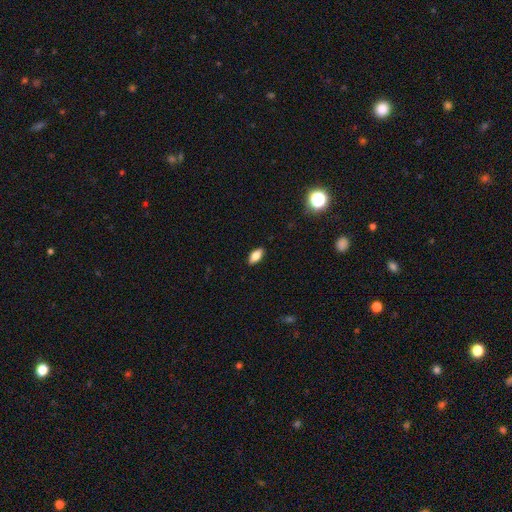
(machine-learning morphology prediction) Smooth or featured? Predicted: smooth (p=0.76). How rounded? Predicted: in between (p=0.85). Merging? Predicted: none (p=0.89).